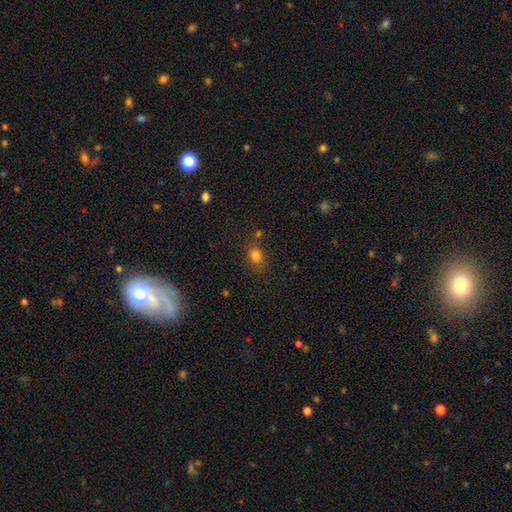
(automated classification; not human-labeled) This appears to be a smooth galaxy with no disk features (79%) that is in between round and cigar-shaped (52%). Merging: none (73%).